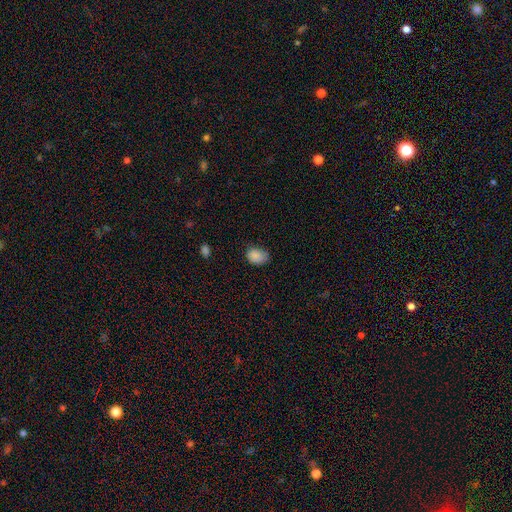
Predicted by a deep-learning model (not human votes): Smooth or featured: smooth — 87% (star or artifact — 9%)
How rounded: in between — 72% (round — 27%)
Merging: none — 60% (minor disturbance — 32%)